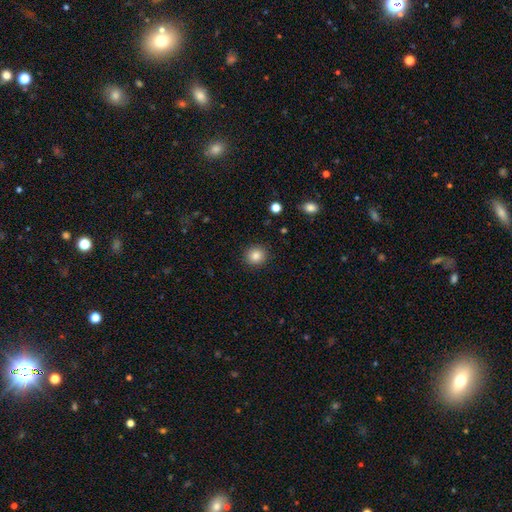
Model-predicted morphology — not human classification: smooth-or-featured: smooth: 85% | star or artifact: 10% | featured or disk: 5%
  how-rounded: round: 89% | in between: 10% | cigar-shaped: 1%
  merging: none: 90% | minor disturbance: 6% | major disturbance: 2% | merger: 1%